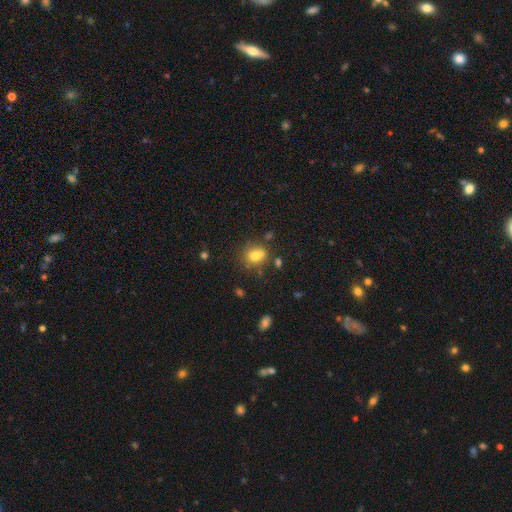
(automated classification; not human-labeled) Q: Smooth or featured?
A: smooth (73%); runner-up: featured or disk (14%)
Q: How rounded?
A: round (57%); runner-up: in between (41%)
Q: Merging?
A: none (57%); runner-up: minor disturbance (19%)